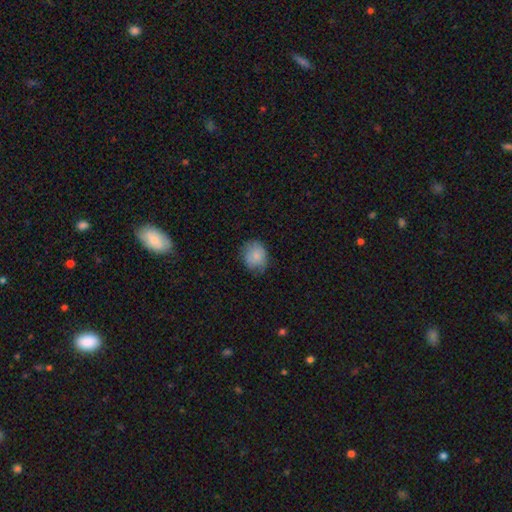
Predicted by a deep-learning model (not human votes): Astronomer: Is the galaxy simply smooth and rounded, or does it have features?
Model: smooth — 79%.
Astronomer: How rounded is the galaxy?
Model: round — 63%.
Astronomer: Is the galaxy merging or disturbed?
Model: none — 68%.